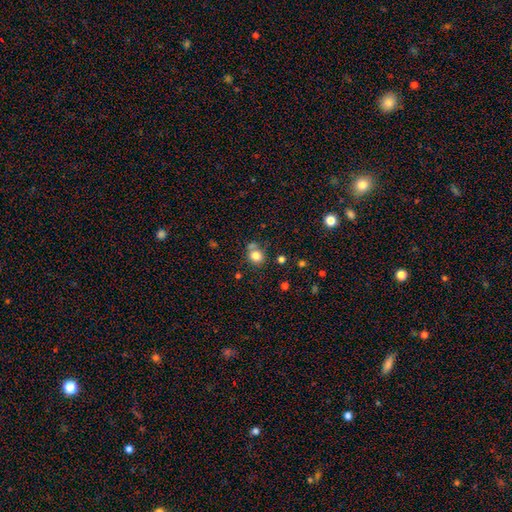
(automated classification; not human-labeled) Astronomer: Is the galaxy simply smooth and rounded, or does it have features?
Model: smooth — 80%.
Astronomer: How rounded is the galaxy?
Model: round — 77%.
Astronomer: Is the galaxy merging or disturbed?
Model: none — 63%.